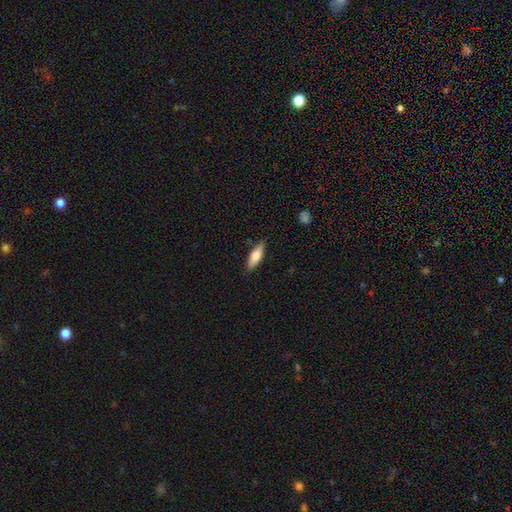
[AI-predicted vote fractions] Morphology: type=smooth (65%); roundness=in between (53%); merging=none (85%).